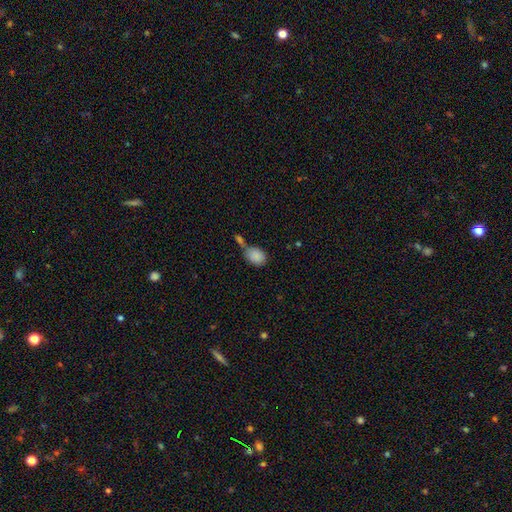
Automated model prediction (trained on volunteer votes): This is clearly a smooth galaxy (87%). How rounded: likely in between (67%). Merging: marginally none (38%).